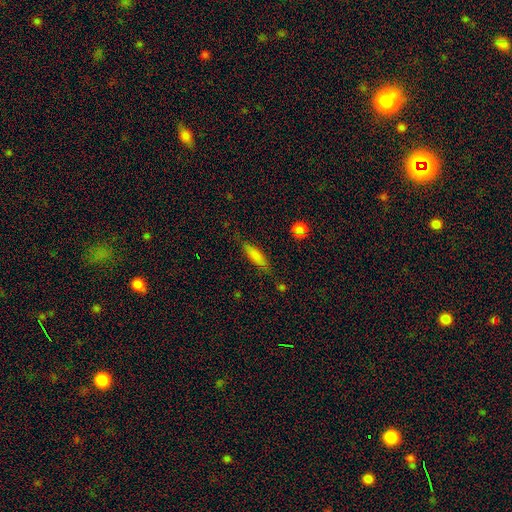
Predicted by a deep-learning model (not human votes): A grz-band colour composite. It shows a smooth galaxy with no disk features (78%) that is cigar-shaped (57%). Merging: none (75%).